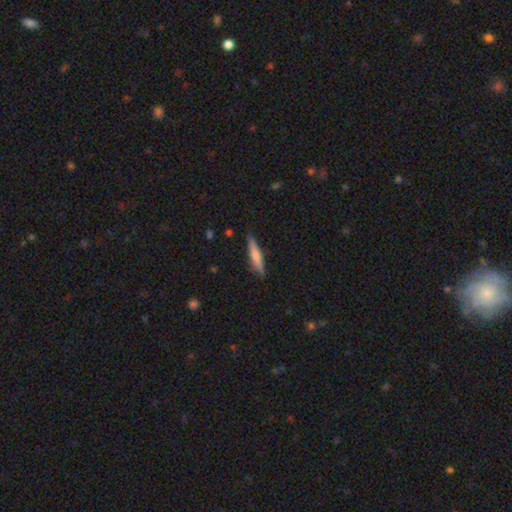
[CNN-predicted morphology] This appears to be a smooth galaxy with no disk features (58%) that is cigar-shaped (89%). Merging: none (87%).